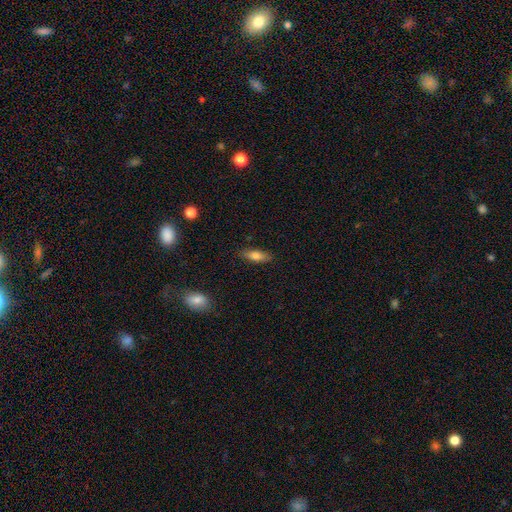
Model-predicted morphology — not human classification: Smooth or featured? Predicted: smooth (p=0.76). How rounded? Predicted: in between (p=0.66). Merging? Predicted: none (p=0.86).